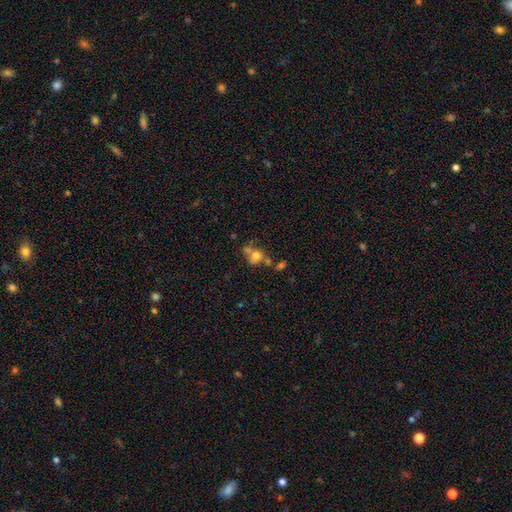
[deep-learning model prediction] Overall: smooth (64%). How rounded: round (62%; in between 36%). Merging: merger (42%; none 35%).